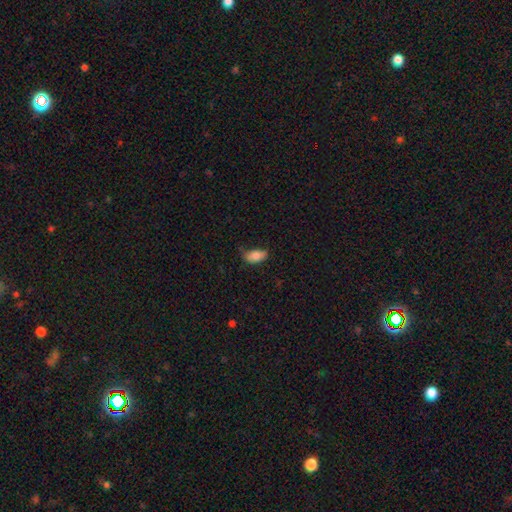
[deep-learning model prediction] smooth-or-featured: smooth: 82% | featured or disk: 11% | star or artifact: 8%
  how-rounded: in between: 92% | round: 4% | cigar-shaped: 4%
  merging: none: 61% | minor disturbance: 31% | major disturbance: 6% | merger: 2%